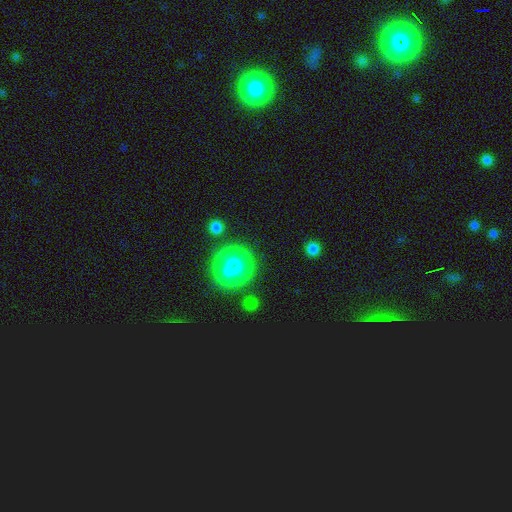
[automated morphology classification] Q: Smooth or featured?
A: star or artifact (64%); runner-up: smooth (31%)